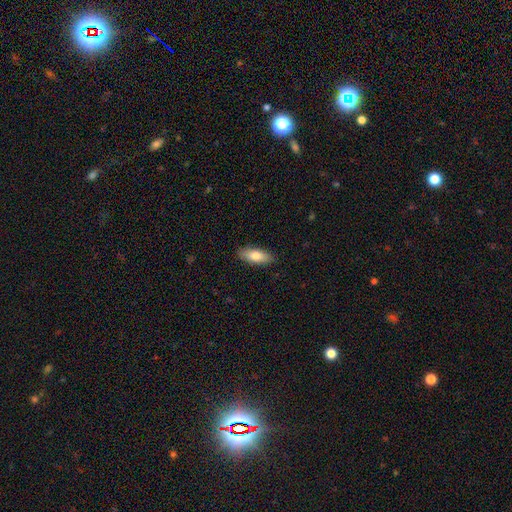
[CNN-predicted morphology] smooth-or-featured: smooth: 79% | featured or disk: 16% | star or artifact: 6%
  how-rounded: in between: 77% | cigar-shaped: 21% | round: 2%
  merging: none: 88% | minor disturbance: 9% | major disturbance: 2% | merger: 1%